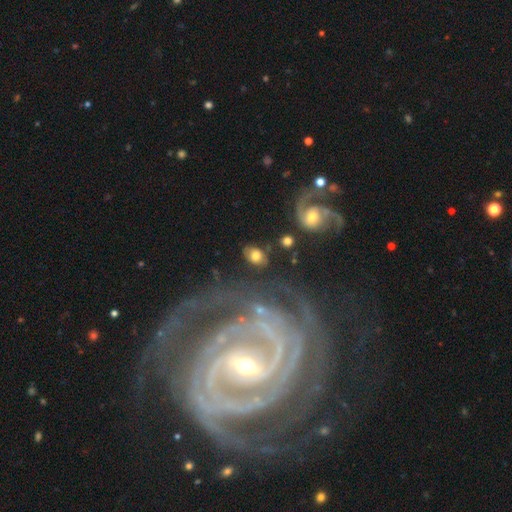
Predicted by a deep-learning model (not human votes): Morphology: type=smooth (68%); roundness=in between (71%); merging=none (71%).